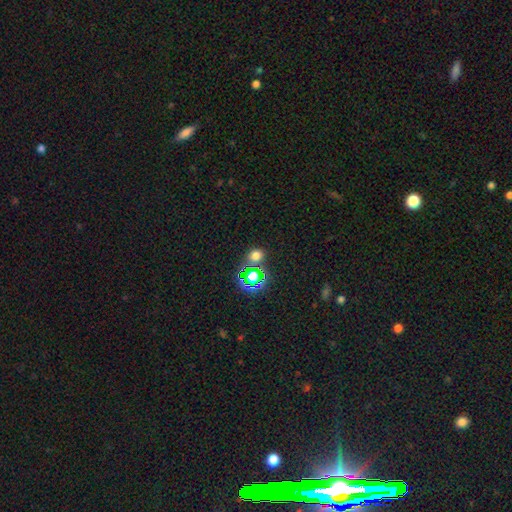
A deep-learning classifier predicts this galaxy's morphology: Q: Smooth or featured?
A: smooth (58%); runner-up: star or artifact (36%)
Q: How rounded?
A: round (69%); runner-up: in between (29%)
Q: Merging?
A: none (77%); runner-up: merger (10%)